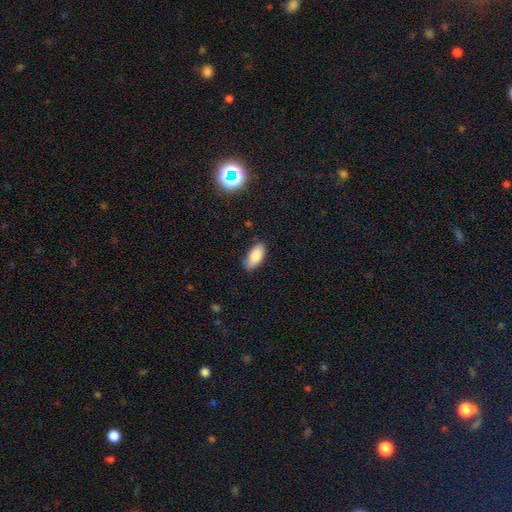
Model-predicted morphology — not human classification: Smooth or featured? smooth (85%)
How rounded? in between (91%)
Merging? none (79%)